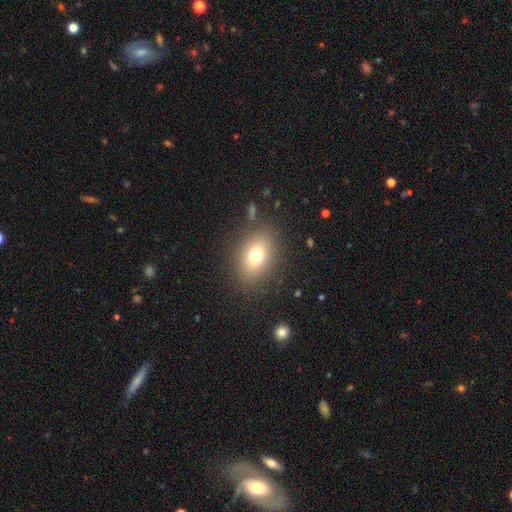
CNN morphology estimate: Smooth or featured: smooth — 74% (featured or disk — 14%)
How rounded: in between — 68% (round — 31%)
Merging: none — 82% (minor disturbance — 10%)